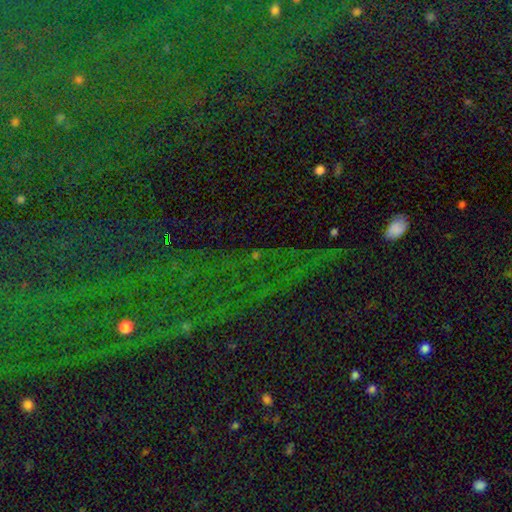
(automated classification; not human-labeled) A star or artifact, not a galaxy (76%).

Vote fractions:
- Smooth or featured? star or artifact: 76% / smooth: 13% / featured or disk: 11%